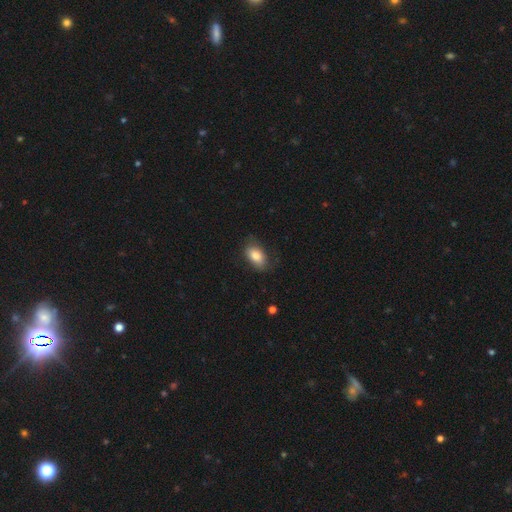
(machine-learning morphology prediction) The model was most divided on "merging": none: 75%, minor disturbance: 19%, major disturbance: 5%, merger: 1%. More confident: how rounded — in between (90%); smooth or featured — smooth (83%).